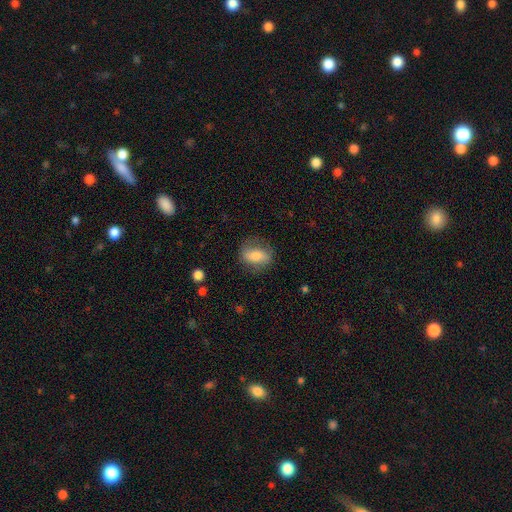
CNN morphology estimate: This appears to be a smooth galaxy with no disk features (63%) that is in between round and cigar-shaped (72%). Merging: none (73%).